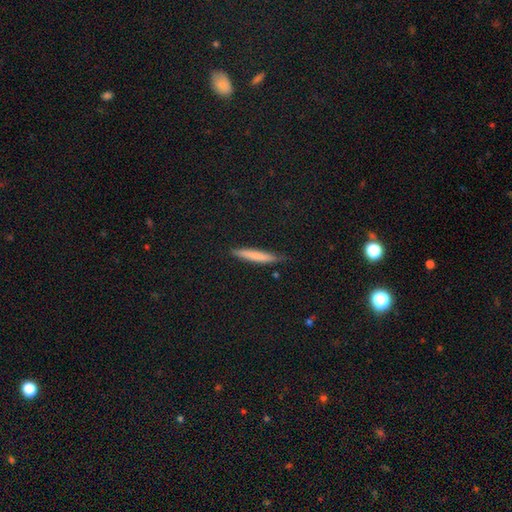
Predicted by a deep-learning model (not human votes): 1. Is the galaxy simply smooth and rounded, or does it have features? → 73% smooth, 20% featured or disk, 7% star or artifact.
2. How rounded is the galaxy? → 93% cigar-shaped, 5% in between, 1% round.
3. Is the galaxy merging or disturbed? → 81% none, 15% minor disturbance, 2% major disturbance, 1% merger.